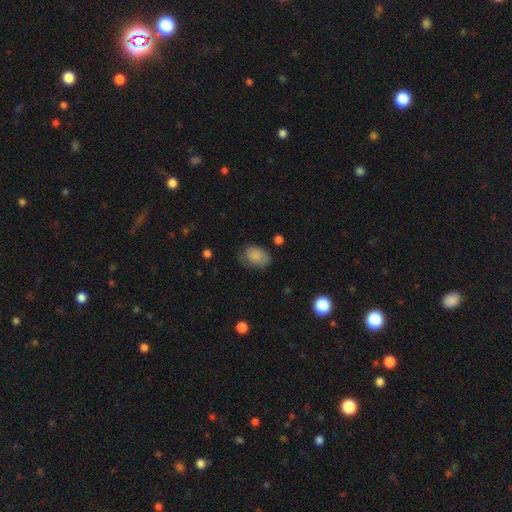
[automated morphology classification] This appears to be a smooth galaxy with no disk features (84%) that is in between round and cigar-shaped (81%). Merging: none (61%).